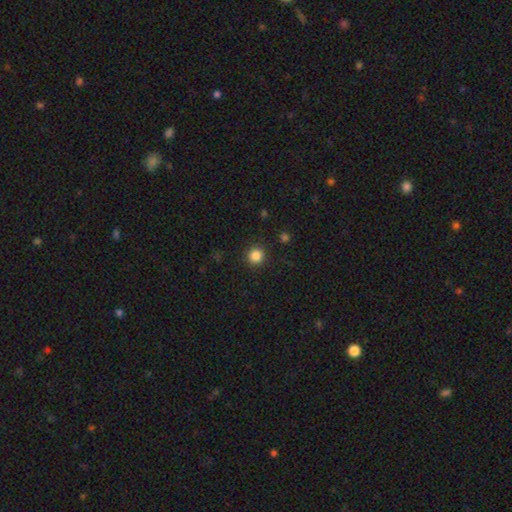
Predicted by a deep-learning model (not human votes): The model was most divided on "smooth or featured": smooth: 85%, star or artifact: 12%, featured or disk: 4%. More confident: how rounded — round (93%); merging — none (91%).